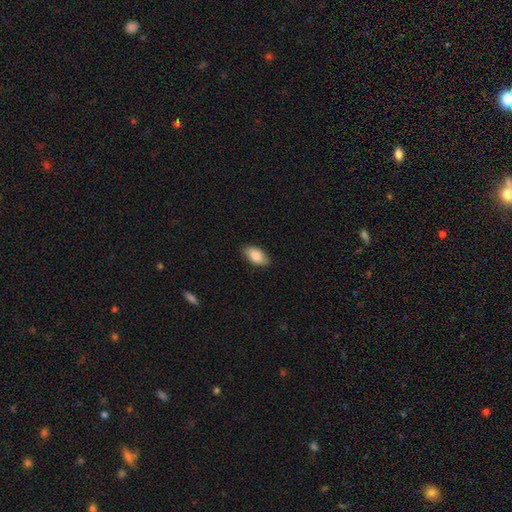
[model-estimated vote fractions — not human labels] Q: Smooth or featured?
A: smooth (86%); runner-up: featured or disk (8%)
Q: How rounded?
A: in between (93%); runner-up: cigar-shaped (4%)
Q: Merging?
A: none (87%); runner-up: minor disturbance (10%)